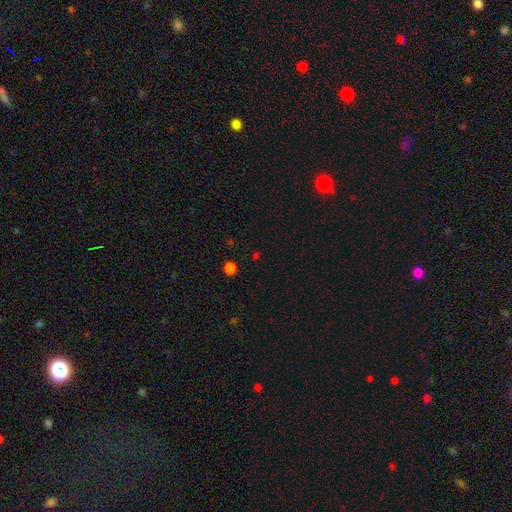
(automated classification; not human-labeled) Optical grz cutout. It shows a smooth galaxy with no disk features (61%) that is round (85%). Merging: none (88%).